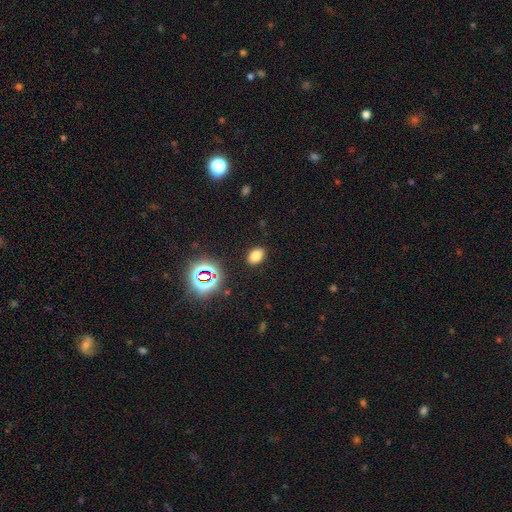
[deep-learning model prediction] smooth_or_featured: smooth (p=0.75) [alt: star or artifact p=0.18]
how_rounded: in between (p=0.78) [alt: round p=0.21]
merging: none (p=0.88) [alt: minor disturbance p=0.08]